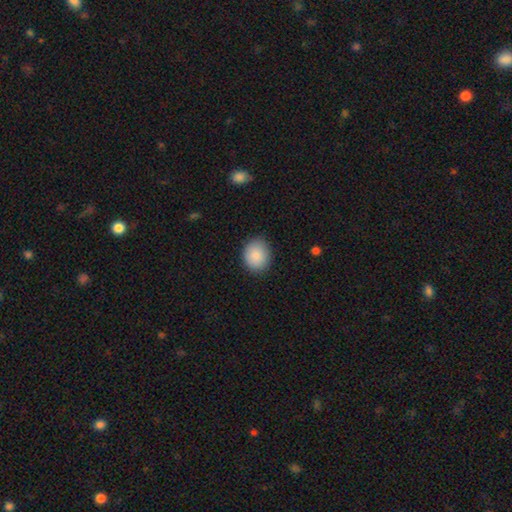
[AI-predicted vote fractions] smooth-or-featured: smooth: 86% | star or artifact: 8% | featured or disk: 6%
  how-rounded: round: 64% | in between: 35% | cigar-shaped: 1%
  merging: none: 86% | minor disturbance: 10% | major disturbance: 3% | merger: 1%